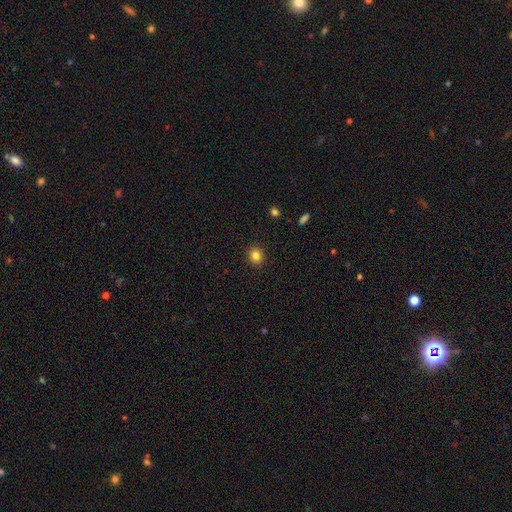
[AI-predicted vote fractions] Smooth or featured?
  - smooth: 83% *
  - star or artifact: 12%
  - featured or disk: 5%
How rounded?
  - round: 77% *
  - in between: 22%
  - cigar-shaped: 1%
Merging?
  - none: 91% *
  - minor disturbance: 6%
  - major disturbance: 2%
  - merger: 1%